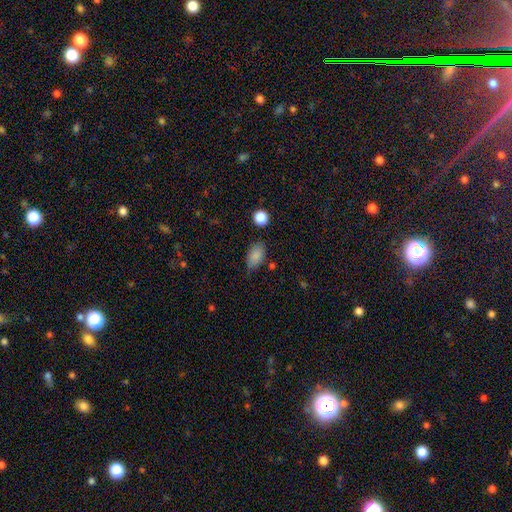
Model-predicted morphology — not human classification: smooth 85%, star or artifact 9%, featured or disk 7%. Down the decision tree: how rounded — in between (90%); merging — none (68%).